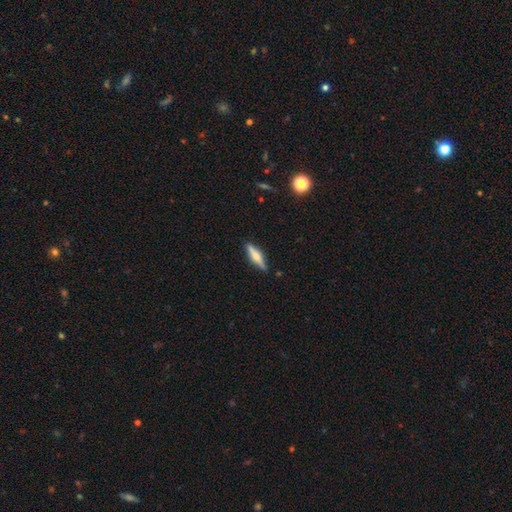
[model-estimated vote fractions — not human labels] Smooth or featured: featured or disk — 50% (smooth — 44%)
Merging: none — 87% (minor disturbance — 10%)